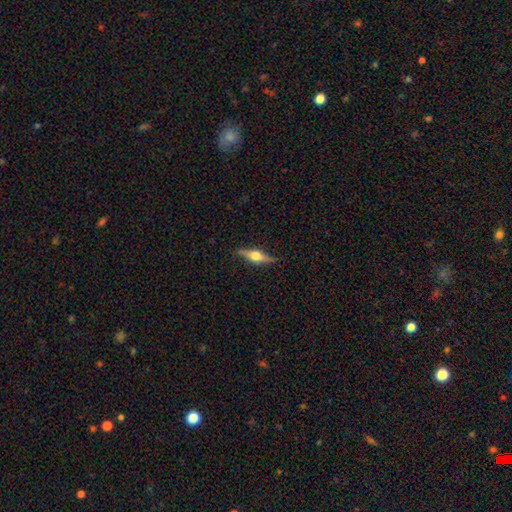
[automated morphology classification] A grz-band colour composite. It shows a featured or disk galaxy (69%) viewed edge-on (96%) with a rounded central bulge (94%). Merging: none (85%).